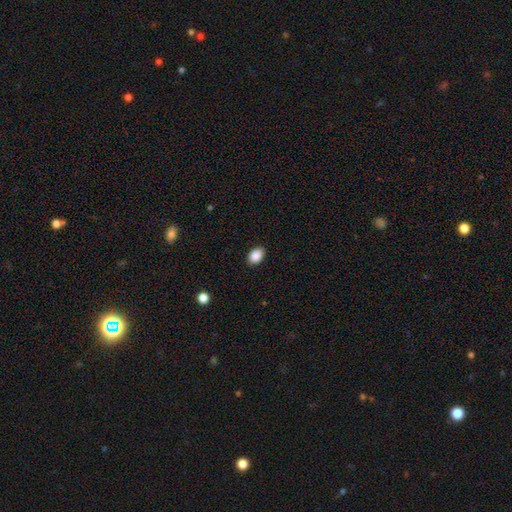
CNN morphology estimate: Smooth or featured? Predicted: smooth (p=0.89). How rounded? Predicted: in between (p=0.79). Merging? Predicted: none (p=0.89).